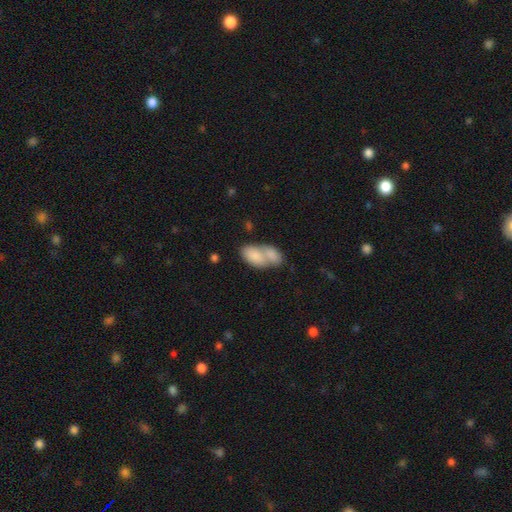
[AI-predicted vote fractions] A smooth galaxy with no disk features (81%) that is in between round and cigar-shaped (93%). Merging: merger (70%).